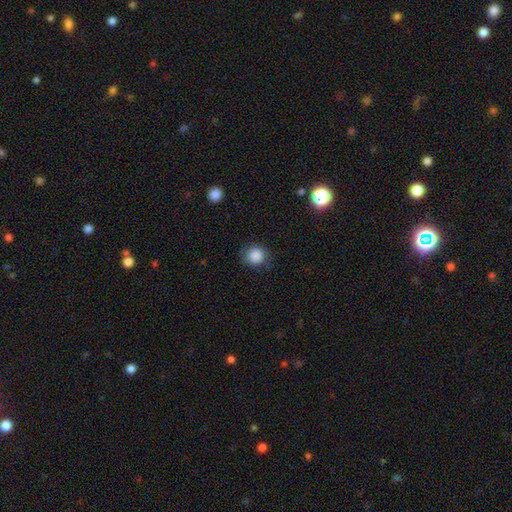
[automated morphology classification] smooth-or-featured: smooth: 86% | star or artifact: 9% | featured or disk: 5%
  how-rounded: round: 87% | in between: 12% | cigar-shaped: 1%
  merging: none: 78% | minor disturbance: 16% | major disturbance: 6% | merger: 1%